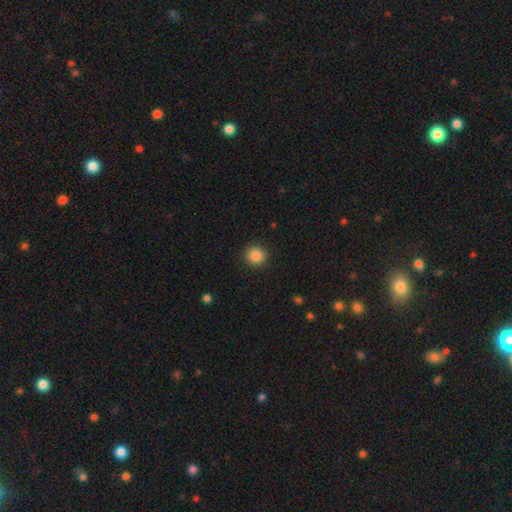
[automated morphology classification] smooth_or_featured: smooth (p=0.86) [alt: star or artifact p=0.10]
how_rounded: round (p=0.92) [alt: in between p=0.07]
merging: none (p=0.92) [alt: minor disturbance p=0.05]